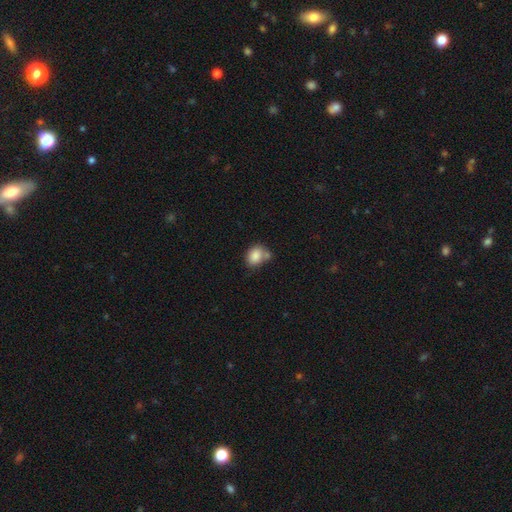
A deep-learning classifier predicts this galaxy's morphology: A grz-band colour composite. It shows a smooth galaxy with no disk features (84%) that is in between round and cigar-shaped (57%). Merging: none (51%).